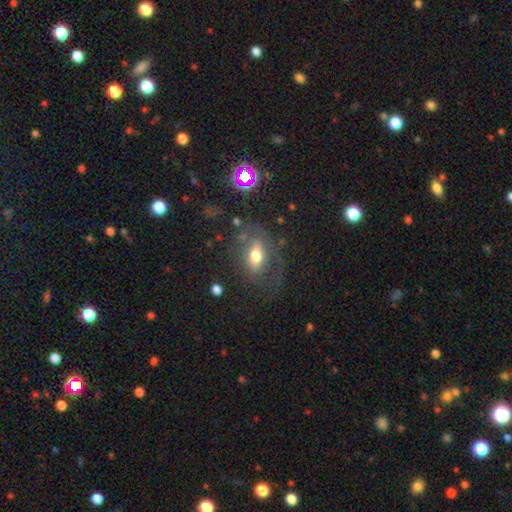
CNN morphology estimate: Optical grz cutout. It shows a featured or disk galaxy (46%). Merging: none (55%).